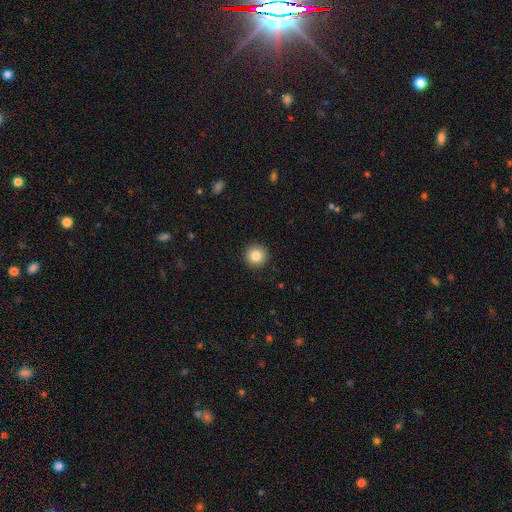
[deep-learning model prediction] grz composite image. It shows a smooth galaxy with no disk features (85%) that is round (96%). Merging: none (93%).